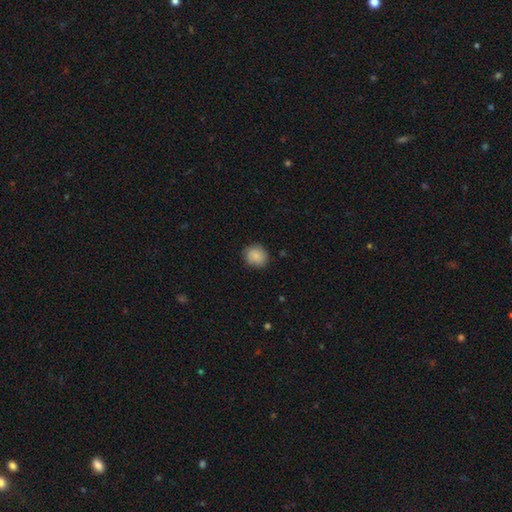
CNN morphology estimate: Smooth or featured: smooth — 87% (star or artifact — 7%)
How rounded: round — 81% (in between — 19%)
Merging: none — 85% (minor disturbance — 11%)